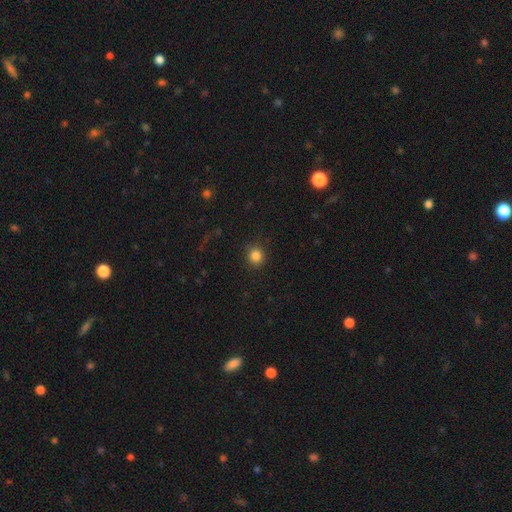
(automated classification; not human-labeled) Smooth or featured: smooth — 85% (star or artifact — 11%)
How rounded: round — 89% (in between — 10%)
Merging: none — 88% (minor disturbance — 8%)